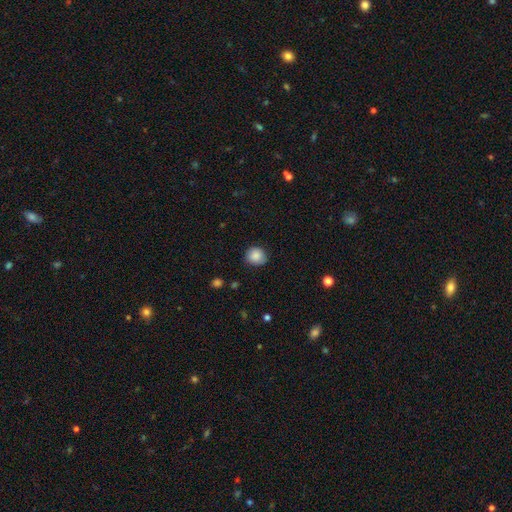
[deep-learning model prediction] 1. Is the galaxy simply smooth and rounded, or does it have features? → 87% smooth, 8% star or artifact, 4% featured or disk.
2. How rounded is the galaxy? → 83% round, 16% in between, 1% cigar-shaped.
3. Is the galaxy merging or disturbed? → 82% none, 14% minor disturbance, 3% major disturbance, 1% merger.